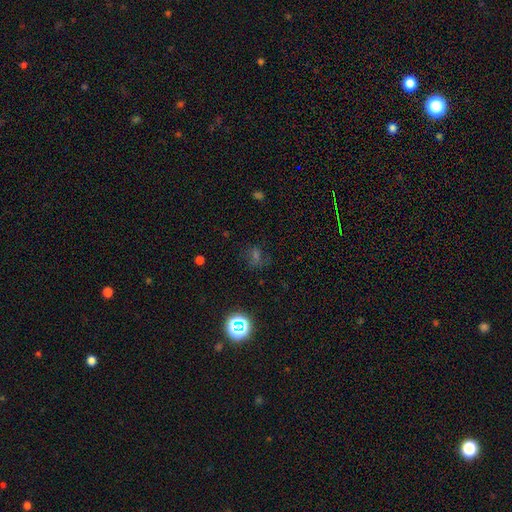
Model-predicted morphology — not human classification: This is possibly a star or artifact rather than a galaxy (46%).